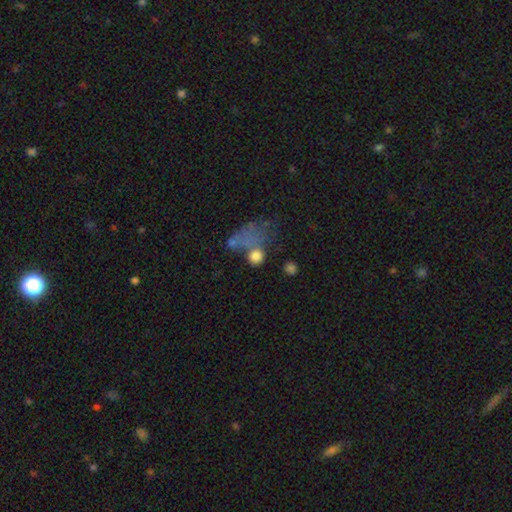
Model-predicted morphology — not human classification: This appears to be a smooth galaxy with no disk features (72%) that is round (68%). Merging: none (34%).